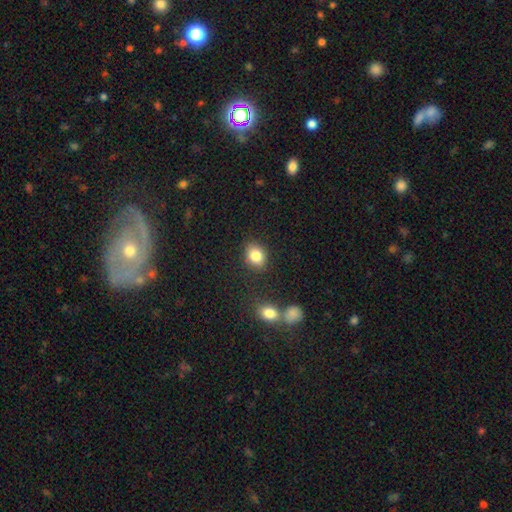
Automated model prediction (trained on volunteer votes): This appears to be a smooth galaxy with no disk features (83%) that is in between round and cigar-shaped (52%). Merging: none (83%).